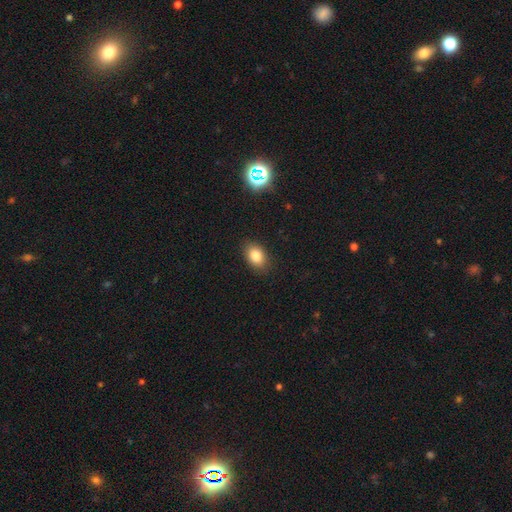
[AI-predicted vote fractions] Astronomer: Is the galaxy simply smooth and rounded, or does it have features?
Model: smooth — 83%.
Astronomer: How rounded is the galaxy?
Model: in between — 82%.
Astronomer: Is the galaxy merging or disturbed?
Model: none — 88%.